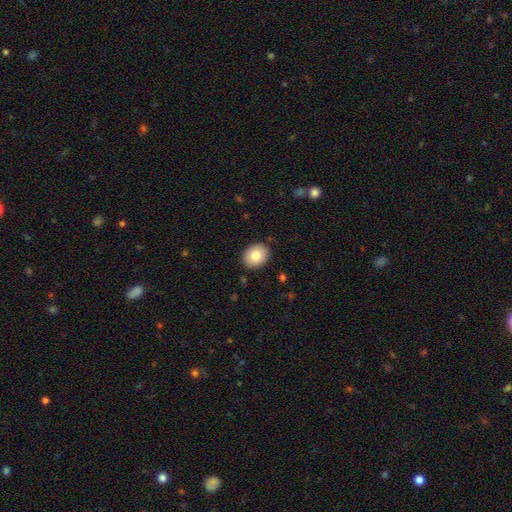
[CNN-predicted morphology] A smooth galaxy with no disk features (81%) that is in between round and cigar-shaped (56%).

Vote fractions:
- Smooth or featured? smooth: 81% / featured or disk: 11% / star or artifact: 8%
- How rounded? in between: 56% / round: 43% / cigar-shaped: 1%
- Merging? none: 87% / minor disturbance: 10% / major disturbance: 2% / merger: 1%